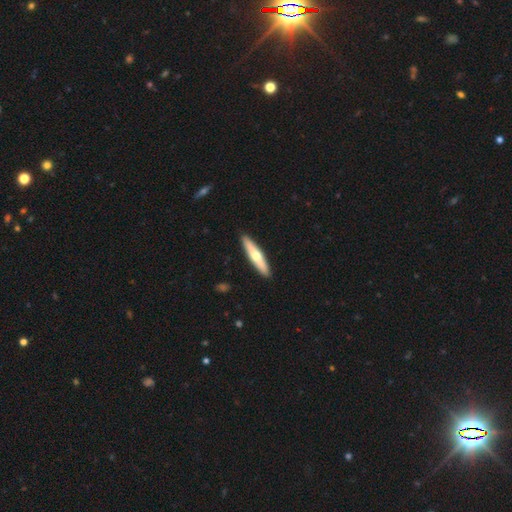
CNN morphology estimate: smooth_or_featured: smooth (p=0.50) [alt: featured or disk p=0.46]
merging: none (p=0.91) [alt: minor disturbance p=0.06]